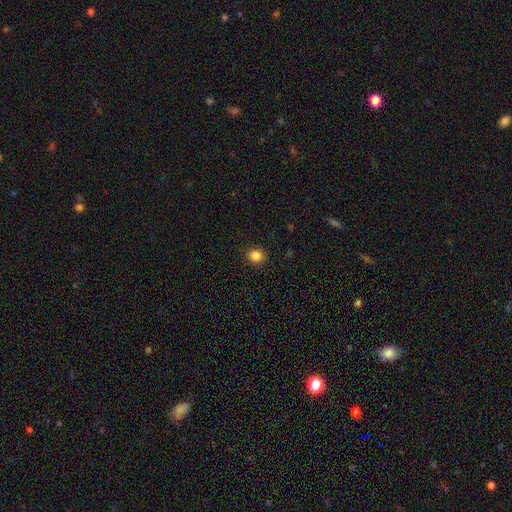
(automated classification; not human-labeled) smooth-or-featured: smooth: 86% | star or artifact: 11% | featured or disk: 3%
  how-rounded: round: 88% | in between: 11% | cigar-shaped: 1%
  merging: none: 92% | minor disturbance: 5% | major disturbance: 2% | merger: 1%